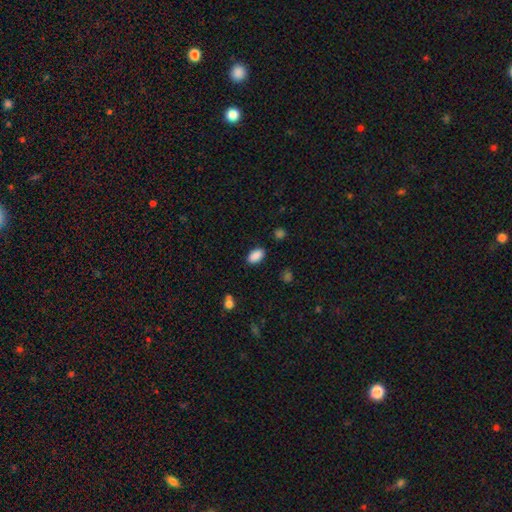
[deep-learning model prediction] Morphology: type=smooth (88%); roundness=in between (93%); merging=none (86%).